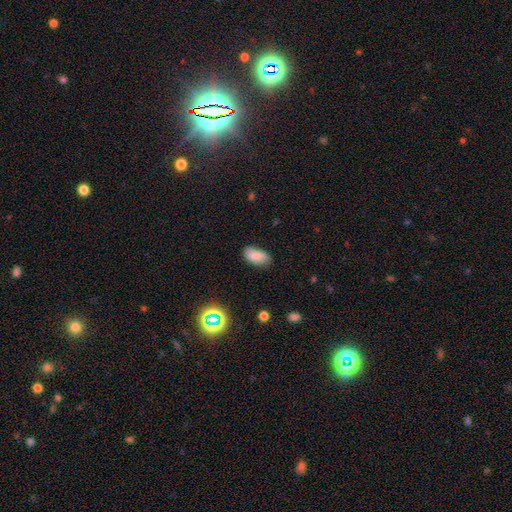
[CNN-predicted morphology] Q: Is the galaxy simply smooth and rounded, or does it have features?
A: smooth — 78%.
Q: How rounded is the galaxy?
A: in between — 93%.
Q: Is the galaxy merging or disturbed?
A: none — 74%.